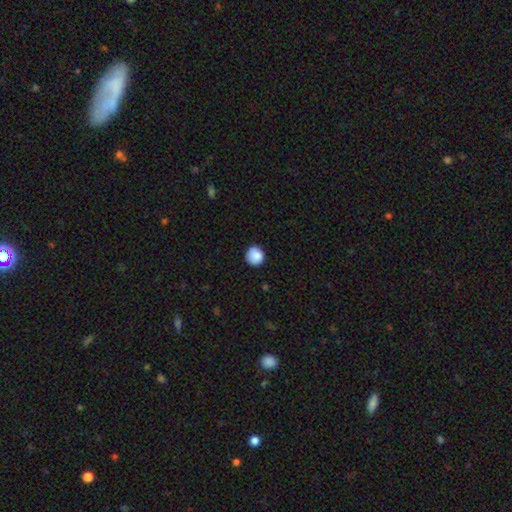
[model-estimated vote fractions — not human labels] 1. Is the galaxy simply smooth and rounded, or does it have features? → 87% smooth, 9% star or artifact, 5% featured or disk.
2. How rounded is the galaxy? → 92% round, 8% in between, 1% cigar-shaped.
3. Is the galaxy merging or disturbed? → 83% none, 13% minor disturbance, 2% major disturbance, 1% merger.